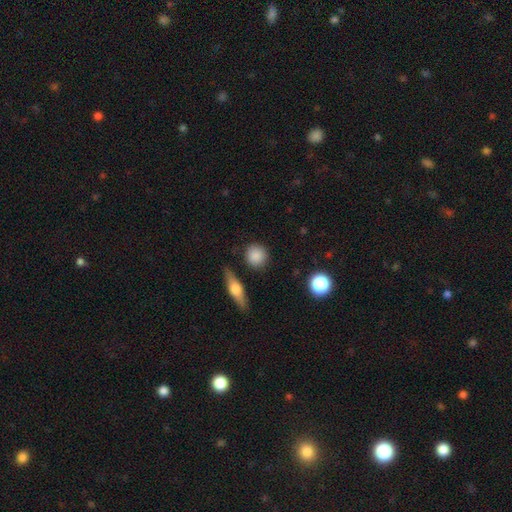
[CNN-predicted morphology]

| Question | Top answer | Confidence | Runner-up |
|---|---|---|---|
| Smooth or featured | smooth | 84% | featured or disk (8%) |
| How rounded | round | 89% | in between (9%) |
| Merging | none | 86% | minor disturbance (9%) |